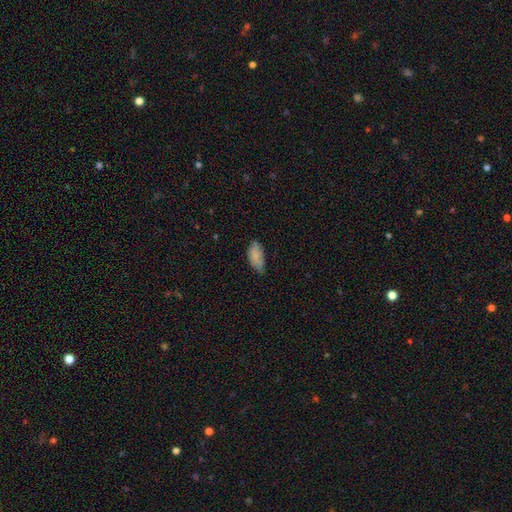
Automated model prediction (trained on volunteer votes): Morphology: type=smooth (81%); roundness=in between (92%); merging=none (51%).